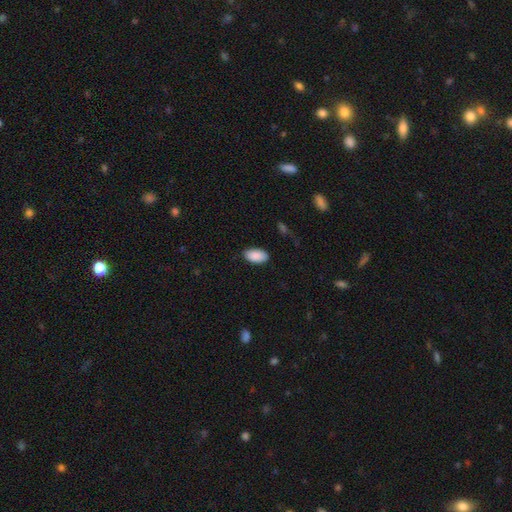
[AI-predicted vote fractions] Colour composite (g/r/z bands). It shows a smooth galaxy with no disk features (90%) that is in between round and cigar-shaped (95%). Merging: none (84%).